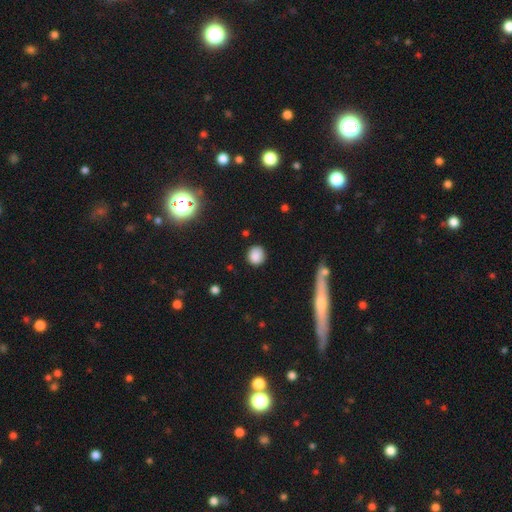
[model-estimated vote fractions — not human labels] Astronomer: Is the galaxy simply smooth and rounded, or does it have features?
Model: smooth — 84%.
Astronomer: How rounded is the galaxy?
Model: round — 85%.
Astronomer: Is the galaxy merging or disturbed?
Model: none — 86%.